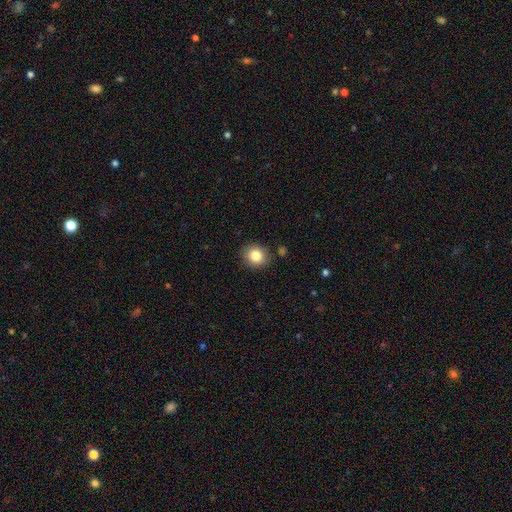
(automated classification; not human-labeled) Morphology: type=smooth (83%); roundness=round (80%); merging=none (87%).